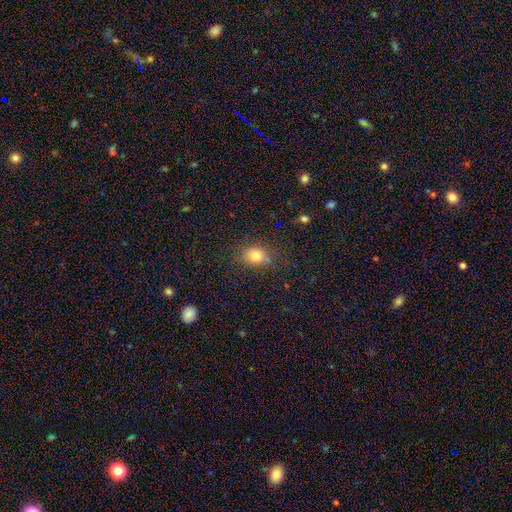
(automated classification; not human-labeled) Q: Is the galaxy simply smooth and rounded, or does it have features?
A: smooth — 79%.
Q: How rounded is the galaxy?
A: round — 58%.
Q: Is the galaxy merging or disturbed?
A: none — 78%.